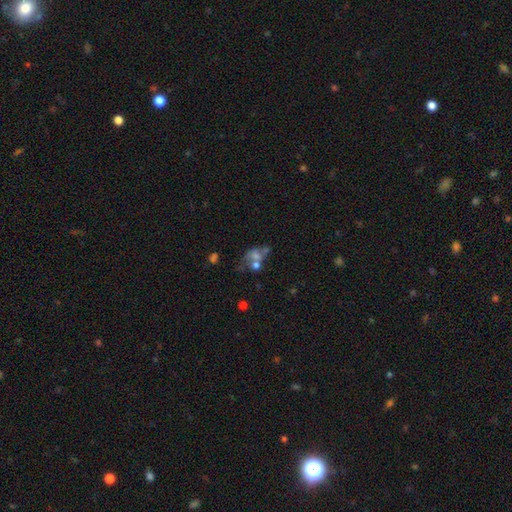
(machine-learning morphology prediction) smooth-or-featured: smooth: 43% | featured or disk: 34% | star or artifact: 23%
  merging: merger: 40% | none: 30% | major disturbance: 16% | minor disturbance: 14%